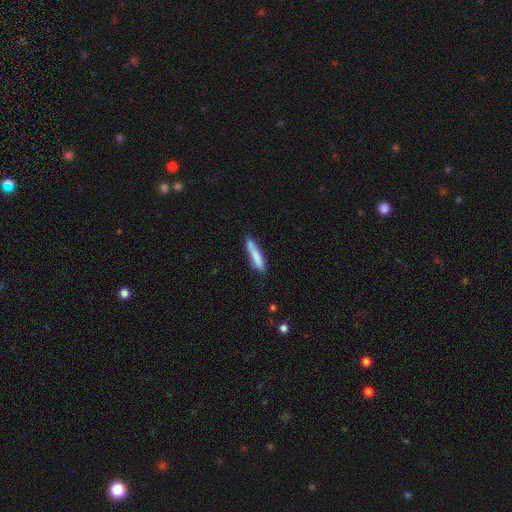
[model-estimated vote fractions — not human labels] smooth 77%, featured or disk 17%, star or artifact 6%. Down the decision tree: how rounded — cigar-shaped (90%); merging — none (74%).